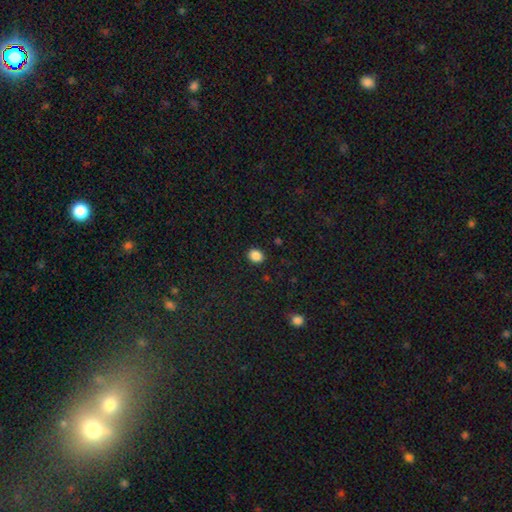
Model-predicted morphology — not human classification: Smooth or featured?
  - smooth: 87% *
  - star or artifact: 10%
  - featured or disk: 3%
How rounded?
  - round: 56% *
  - in between: 43%
  - cigar-shaped: 1%
Merging?
  - none: 90% *
  - minor disturbance: 7%
  - major disturbance: 2%
  - merger: 1%